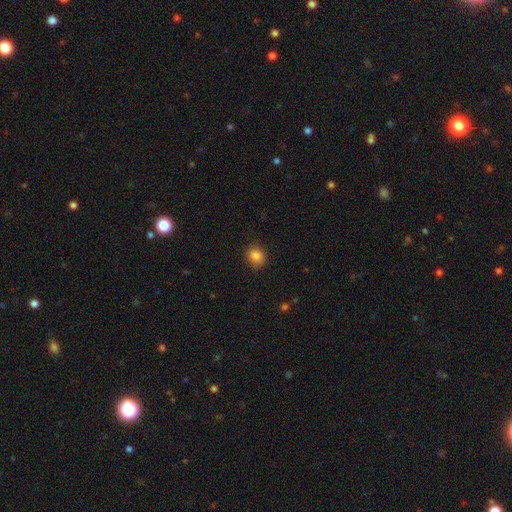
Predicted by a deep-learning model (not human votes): Overall: smooth (85%). How rounded: round (73%). Merging: none (84%).